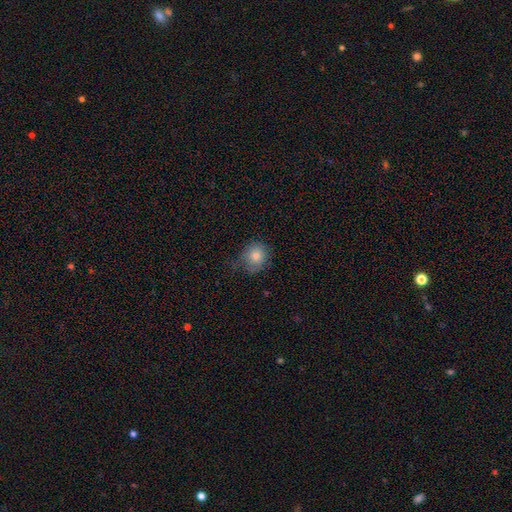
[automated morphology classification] A smooth galaxy with no disk features (80%) that is round (80%).

Vote fractions:
- Smooth or featured? smooth: 80% / star or artifact: 11% / featured or disk: 9%
- How rounded? round: 80% / in between: 19% / cigar-shaped: 1%
- Merging? none: 65% / minor disturbance: 26% / major disturbance: 8% / merger: 1%